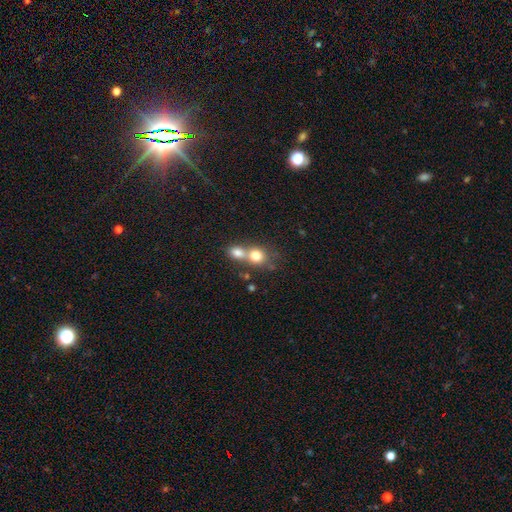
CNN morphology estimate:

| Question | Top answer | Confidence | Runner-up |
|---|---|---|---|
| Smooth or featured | smooth | 76% | featured or disk (14%) |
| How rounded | round | 72% | in between (27%) |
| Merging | merger | 64% | none (28%) |